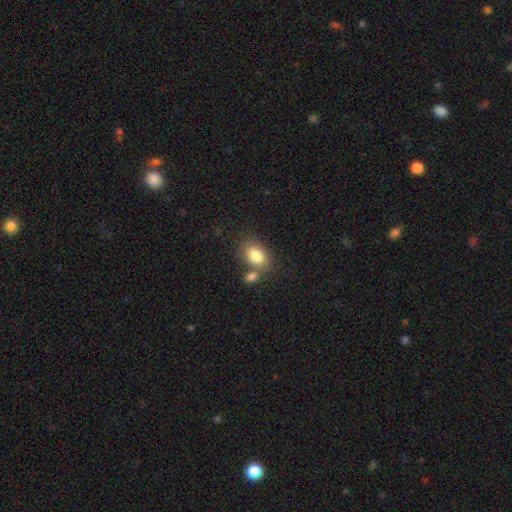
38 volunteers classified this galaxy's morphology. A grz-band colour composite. It shows a smooth galaxy with no disk features (89%) that is in between round and cigar-shaped (91%). Merging: none (50%).